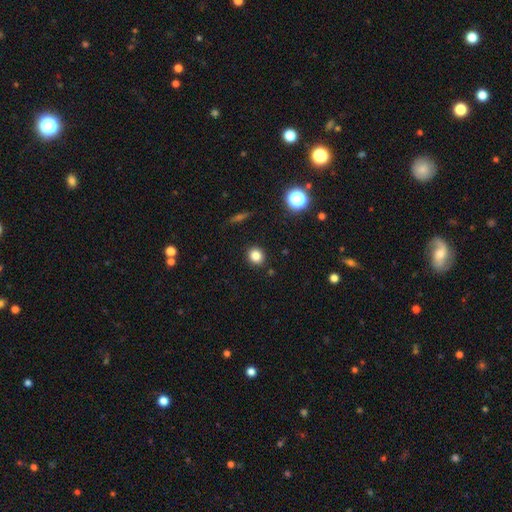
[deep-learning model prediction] smooth_or_featured: smooth (p=0.82) [alt: star or artifact p=0.12]
how_rounded: round (p=0.75) [alt: in between p=0.24]
merging: none (p=0.90) [alt: minor disturbance p=0.06]